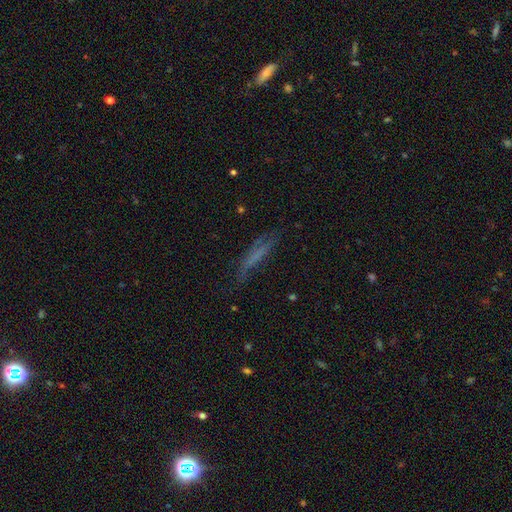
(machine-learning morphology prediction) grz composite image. It shows a smooth galaxy with no disk features (53%) that is cigar-shaped (83%). Merging: none (58%).